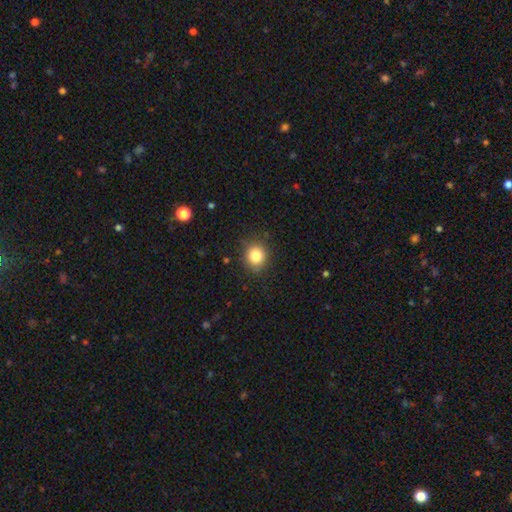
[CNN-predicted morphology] A smooth galaxy with no disk features (83%) that is round (82%).

Vote fractions:
- Smooth or featured? smooth: 83% / star or artifact: 11% / featured or disk: 6%
- How rounded? round: 82% / in between: 18% / cigar-shaped: 1%
- Merging? none: 85% / minor disturbance: 11% / major disturbance: 3% / merger: 1%